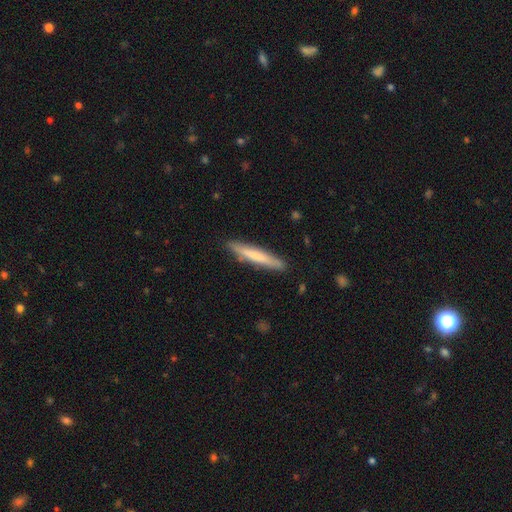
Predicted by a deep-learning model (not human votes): smooth_or_featured: smooth (p=0.62) [alt: featured or disk p=0.32]
how_rounded: cigar-shaped (p=0.94) [alt: in between p=0.05]
merging: none (p=0.88) [alt: minor disturbance p=0.09]